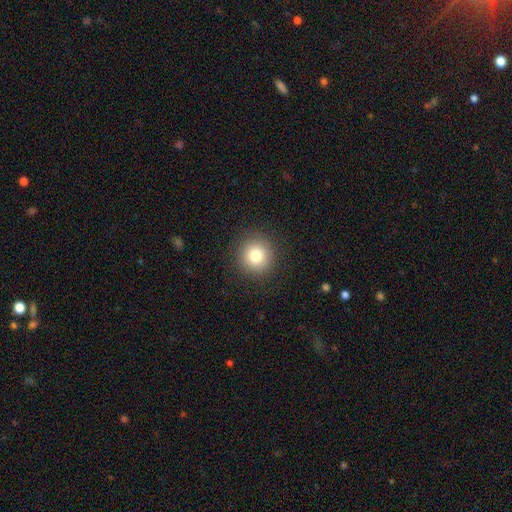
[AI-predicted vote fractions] Smooth or featured?
  - smooth: 80% *
  - star or artifact: 11%
  - featured or disk: 9%
How rounded?
  - round: 94% *
  - in between: 5%
  - cigar-shaped: 1%
Merging?
  - none: 91% *
  - minor disturbance: 6%
  - major disturbance: 2%
  - merger: 1%